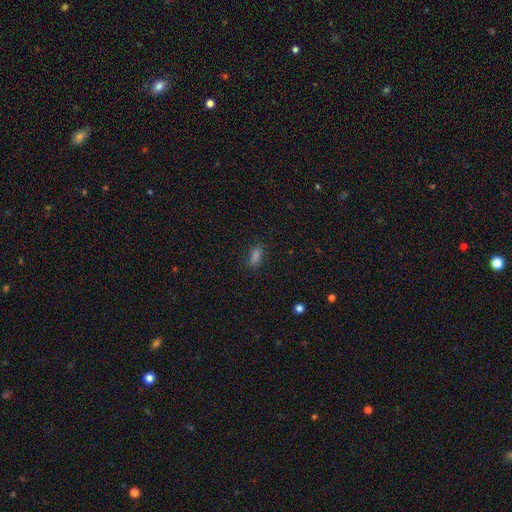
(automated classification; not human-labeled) Smooth or featured? smooth (71%)
How rounded? in between (69%)
Merging? none (80%)